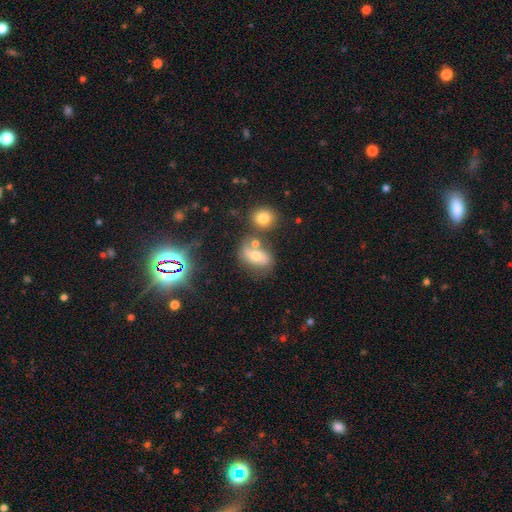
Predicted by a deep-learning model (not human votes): This appears to be a smooth galaxy with no disk features (40%). Merging: none (49%).